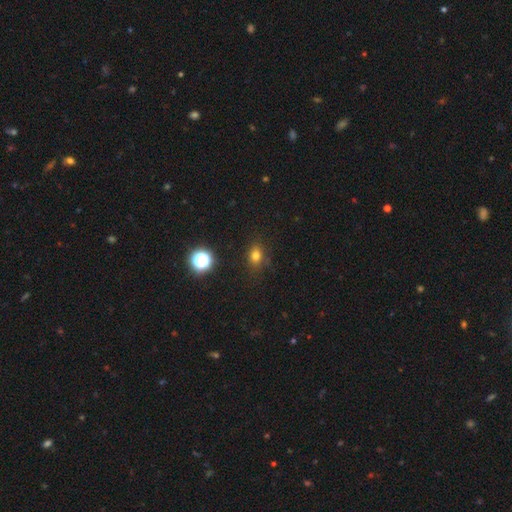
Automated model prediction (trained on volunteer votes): Q: Smooth or featured?
A: smooth (75%); runner-up: star or artifact (18%)
Q: How rounded?
A: round (49%); tied with: in between (49%)
Q: Merging?
A: none (81%); runner-up: minor disturbance (13%)